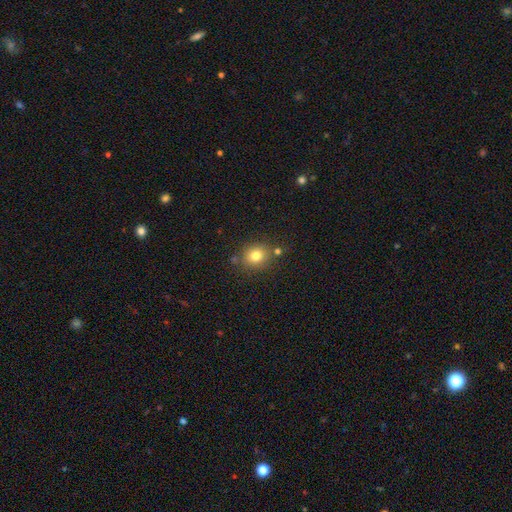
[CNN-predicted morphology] Smooth or featured: smooth — 78% (star or artifact — 12%)
How rounded: round — 70% (in between — 29%)
Merging: none — 76% (minor disturbance — 12%)